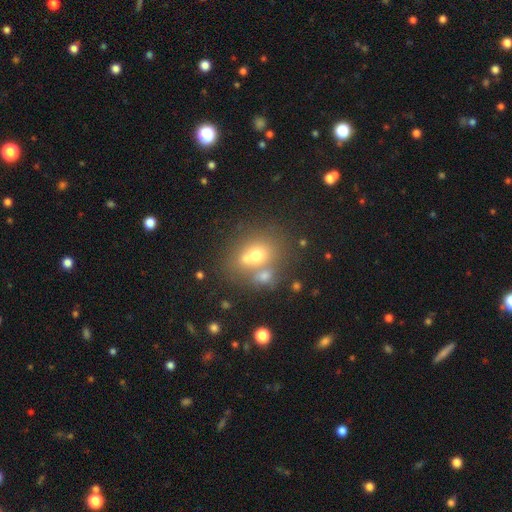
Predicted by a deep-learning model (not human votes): This appears to be a smooth galaxy with no disk features (62%) that is round (56%). Merging: merger (46%).